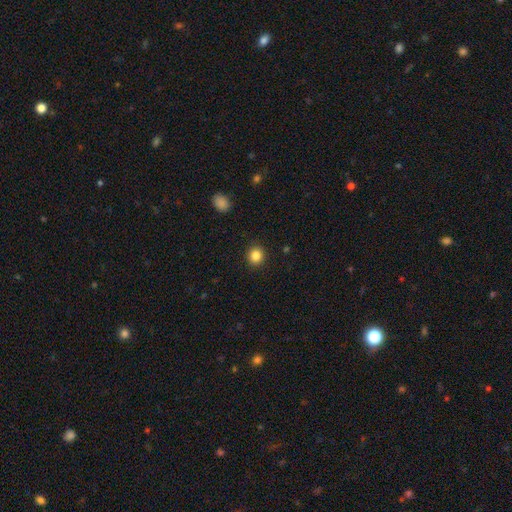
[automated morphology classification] This is clearly a smooth galaxy (85%). How rounded: clearly round (87%). Merging: clearly none (92%).